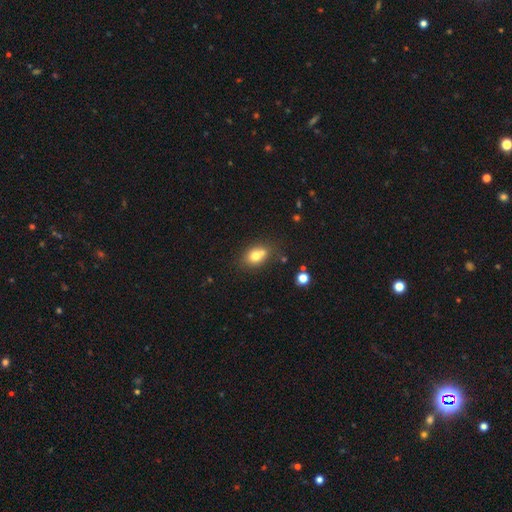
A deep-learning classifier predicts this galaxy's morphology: Overall: smooth (74%). How rounded: in between (71%). Merging: none (55%; merger 25%).